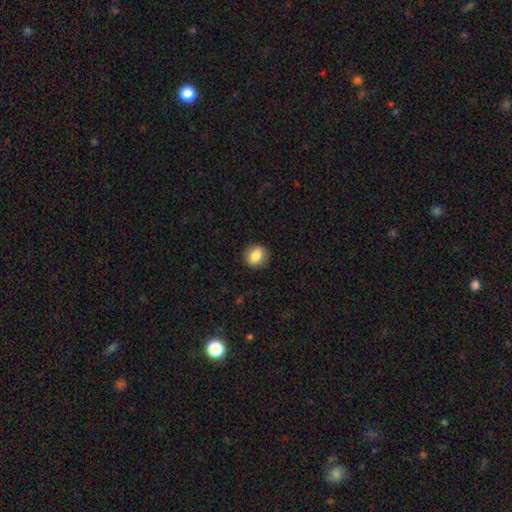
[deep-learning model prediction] smooth-or-featured: smooth: 82% | featured or disk: 9% | star or artifact: 9%
  how-rounded: round: 74% | in between: 25% | cigar-shaped: 1%
  merging: none: 89% | minor disturbance: 7% | major disturbance: 2% | merger: 1%